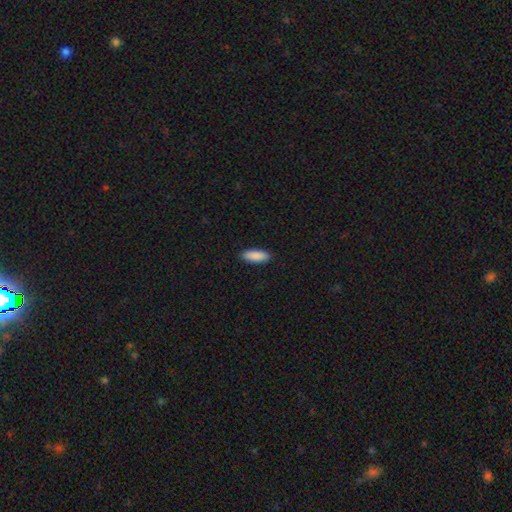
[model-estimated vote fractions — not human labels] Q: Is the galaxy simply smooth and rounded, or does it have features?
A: smooth — 90%.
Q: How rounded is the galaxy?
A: in between — 64%.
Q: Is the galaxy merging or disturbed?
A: none — 90%.